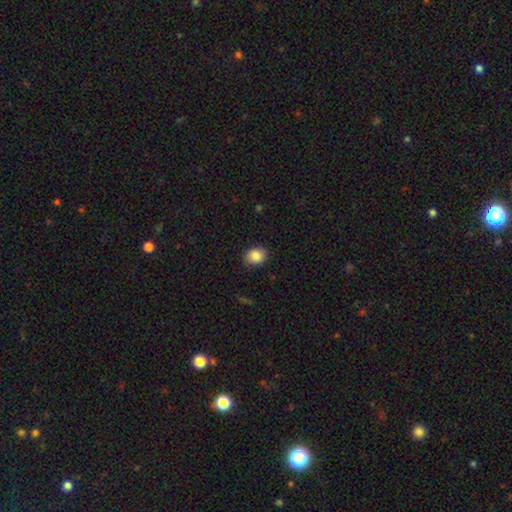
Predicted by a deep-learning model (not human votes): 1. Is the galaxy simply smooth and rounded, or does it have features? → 87% smooth, 8% star or artifact, 5% featured or disk.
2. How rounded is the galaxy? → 55% in between, 44% round, 1% cigar-shaped.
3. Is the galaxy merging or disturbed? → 88% none, 9% minor disturbance, 2% major disturbance, 1% merger.